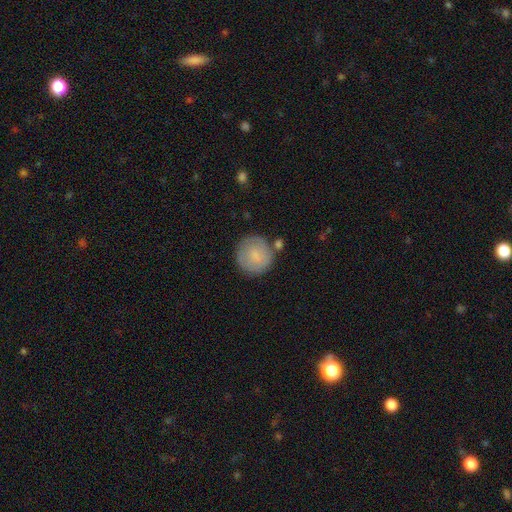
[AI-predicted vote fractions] Smooth or featured?
  - smooth: 79% *
  - featured or disk: 15%
  - star or artifact: 6%
How rounded?
  - round: 94% *
  - in between: 5%
  - cigar-shaped: 1%
Merging?
  - none: 72% *
  - minor disturbance: 15%
  - merger: 8%
  - major disturbance: 5%